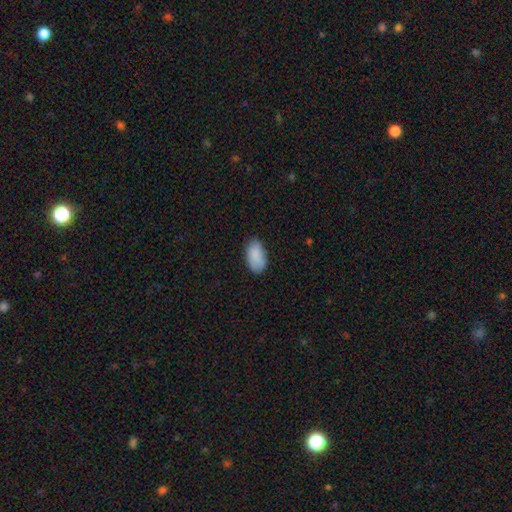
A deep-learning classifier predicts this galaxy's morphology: type=smooth (88%); roundness=in between (94%); merging=none (79%).